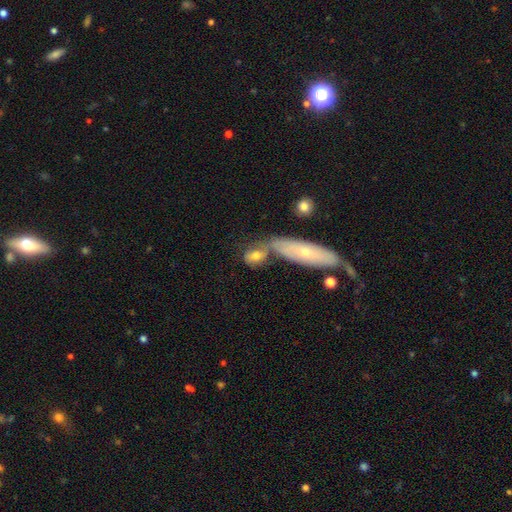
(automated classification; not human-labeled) This appears to be a smooth galaxy with no disk features (65%) that is in between round and cigar-shaped (63%). Merging: none (41%).